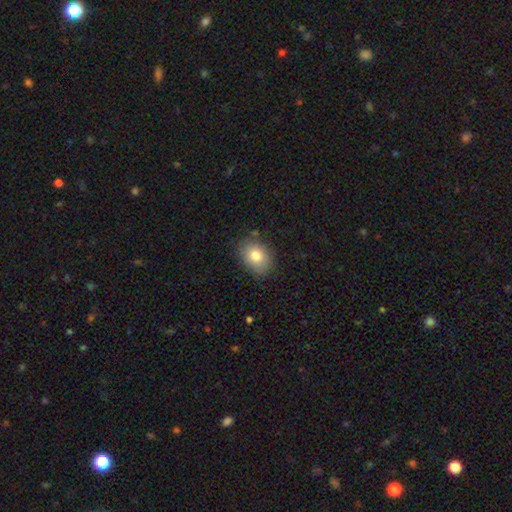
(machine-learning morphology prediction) A smooth galaxy with no disk features (80%) that is in between round and cigar-shaped (65%).

Vote fractions:
- Smooth or featured? smooth: 80% / featured or disk: 12% / star or artifact: 8%
- How rounded? in between: 65% / round: 34% / cigar-shaped: 1%
- Merging? none: 82% / minor disturbance: 14% / major disturbance: 3% / merger: 2%